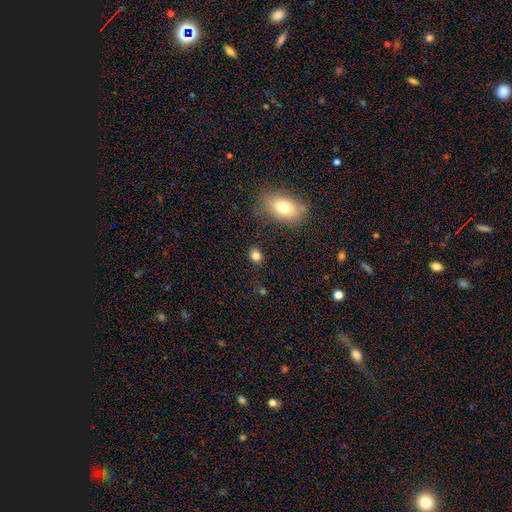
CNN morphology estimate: Smooth or featured? Predicted: smooth (p=0.81). How rounded? Predicted: round (p=0.59). Merging? Predicted: none (p=0.83).